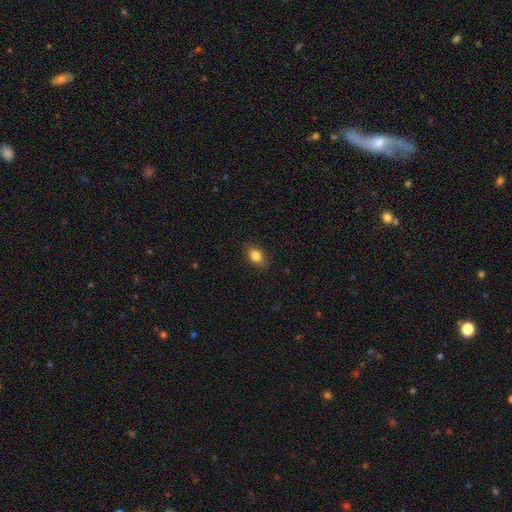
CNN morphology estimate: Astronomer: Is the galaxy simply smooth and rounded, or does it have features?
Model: smooth — 83%.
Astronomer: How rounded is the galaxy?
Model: in between — 79%.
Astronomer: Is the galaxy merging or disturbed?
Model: none — 87%.